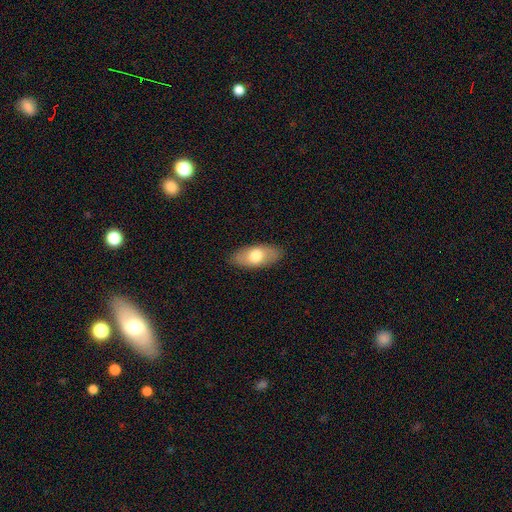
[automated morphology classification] Smooth or featured? smooth (68%)
How rounded? in between (89%)
Merging? none (87%)